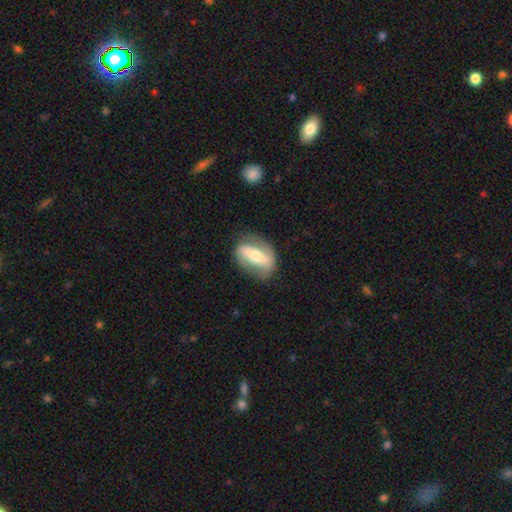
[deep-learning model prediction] Smooth or featured? Predicted: featured or disk (p=0.65). Edge-on disk? Predicted: no (p=0.82). Bar? Predicted: strong (p=0.66). Spiral arms? Predicted: yes (p=0.54). Bulge size? Predicted: moderate (p=0.56). Merging? Predicted: none (p=0.73).